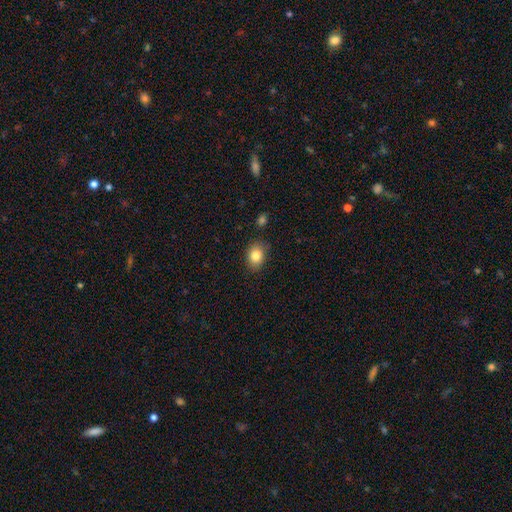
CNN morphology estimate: Overall: smooth (84%). How rounded: in between (66%; round 33%). Merging: none (80%).